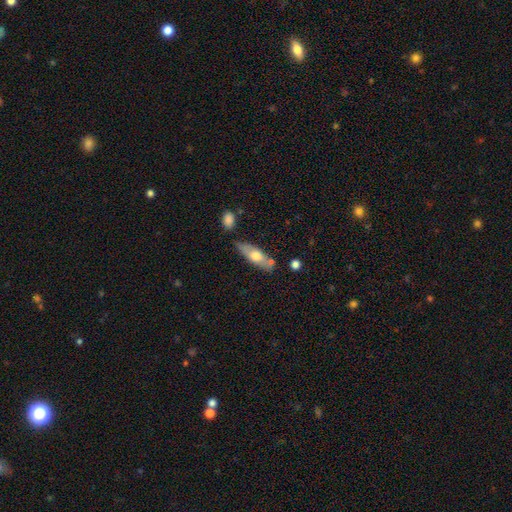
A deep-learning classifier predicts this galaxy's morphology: A smooth galaxy with no disk features (59%) that is in between round and cigar-shaped (58%). Merging: none (68%).